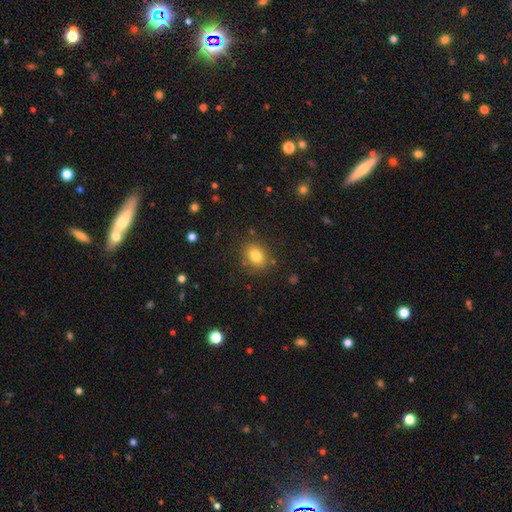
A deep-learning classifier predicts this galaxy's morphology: Smooth or featured? smooth (81%)
How rounded? in between (54%)
Merging? none (84%)